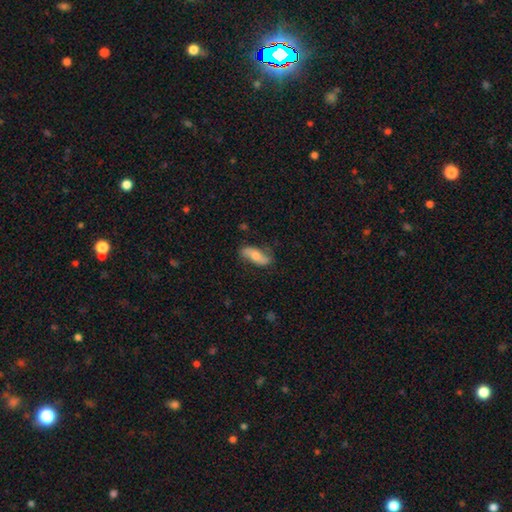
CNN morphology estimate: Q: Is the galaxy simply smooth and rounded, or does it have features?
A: smooth — 53%.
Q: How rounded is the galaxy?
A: in between — 69%.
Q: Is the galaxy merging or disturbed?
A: none — 75%.